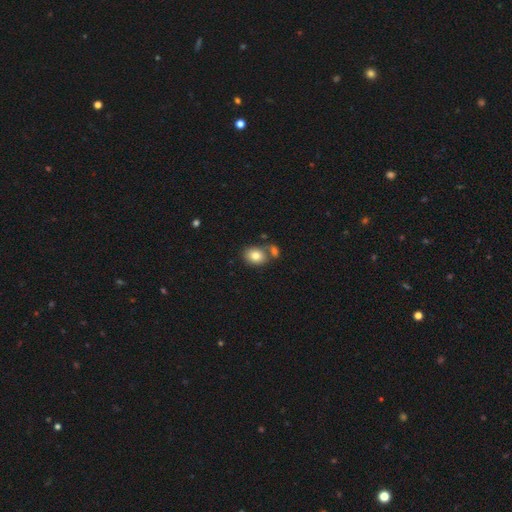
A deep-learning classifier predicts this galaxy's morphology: smooth-or-featured: smooth: 81% | featured or disk: 10% | star or artifact: 9%
  how-rounded: in between: 56% | round: 43% | cigar-shaped: 1%
  merging: none: 56% | merger: 28% | minor disturbance: 12% | major disturbance: 4%